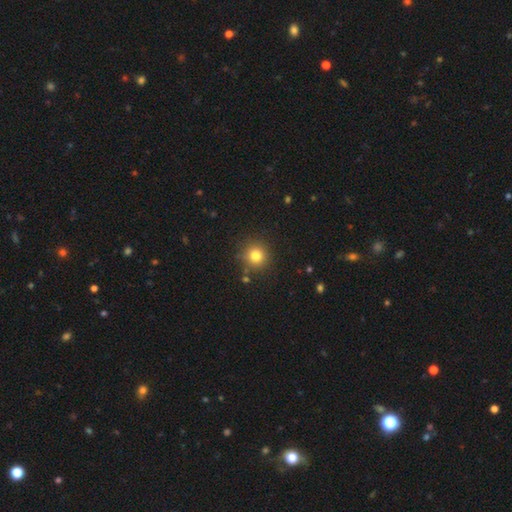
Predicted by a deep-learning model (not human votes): Q: Smooth or featured?
A: smooth (80%); runner-up: star or artifact (13%)
Q: How rounded?
A: round (94%); runner-up: in between (5%)
Q: Merging?
A: none (87%); runner-up: minor disturbance (8%)